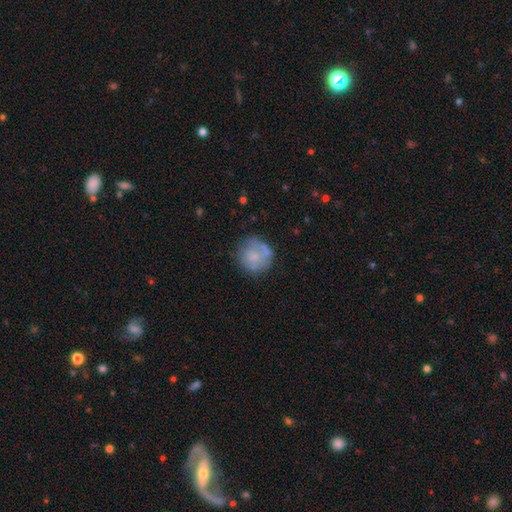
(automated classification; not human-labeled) This appears to be a smooth galaxy with no disk features (58%) that is round (89%). Merging: none (61%).